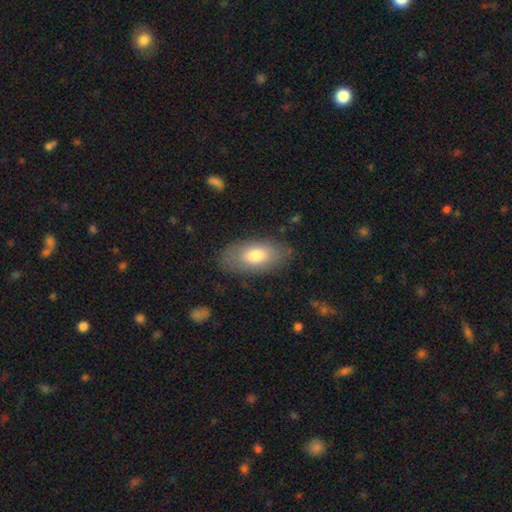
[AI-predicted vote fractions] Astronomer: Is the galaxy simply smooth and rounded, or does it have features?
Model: smooth — 75%.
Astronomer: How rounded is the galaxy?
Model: in between — 92%.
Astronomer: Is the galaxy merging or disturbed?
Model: none — 79%.